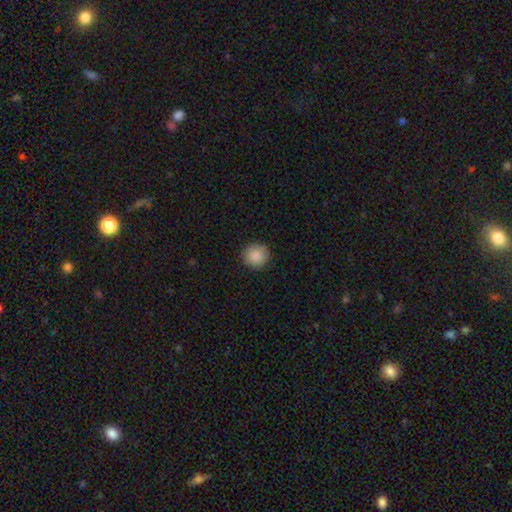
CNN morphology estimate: A smooth galaxy with no disk features (88%) that is round (93%).

Vote fractions:
- Smooth or featured? smooth: 88% / star or artifact: 8% / featured or disk: 4%
- How rounded? round: 93% / in between: 6% / cigar-shaped: 1%
- Merging? none: 89% / minor disturbance: 8% / major disturbance: 2% / merger: 1%